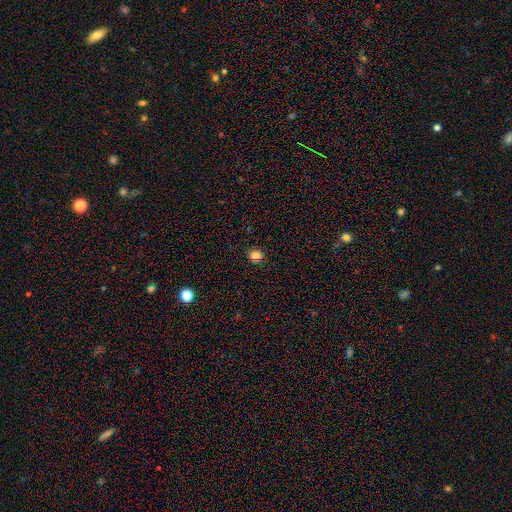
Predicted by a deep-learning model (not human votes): Morphology: type=smooth (80%); roundness=round (70%); merging=none (87%).